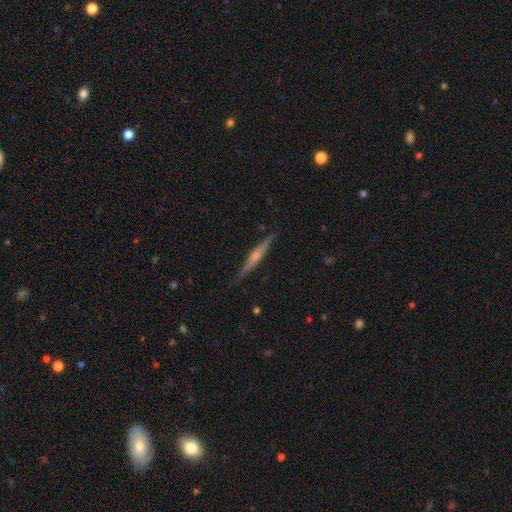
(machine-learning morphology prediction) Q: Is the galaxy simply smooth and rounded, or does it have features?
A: featured or disk — 67%.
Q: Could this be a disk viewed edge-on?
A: yes — 97%.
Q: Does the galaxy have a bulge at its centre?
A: rounded — 70%.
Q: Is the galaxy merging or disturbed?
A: none — 86%.